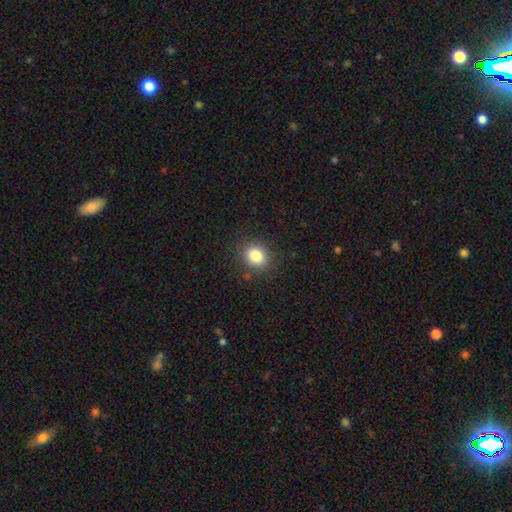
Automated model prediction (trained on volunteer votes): The model was most divided on "how rounded": round: 72%, in between: 27%, cigar-shaped: 1%. More confident: merging — none (87%); smooth or featured — smooth (83%).